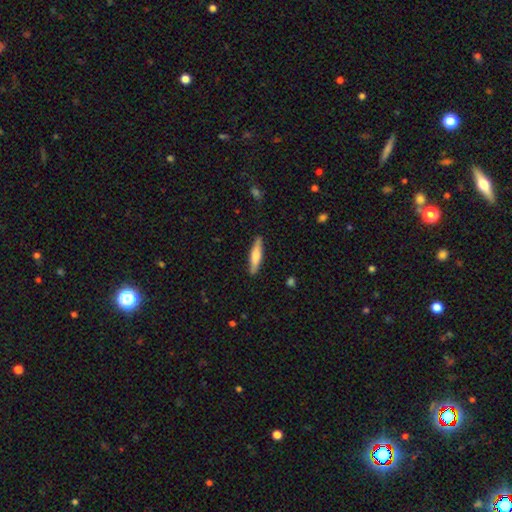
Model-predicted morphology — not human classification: smooth 64%, featured or disk 30%, star or artifact 5%. Down the decision tree: how rounded — cigar-shaped (83%); merging — none (87%).